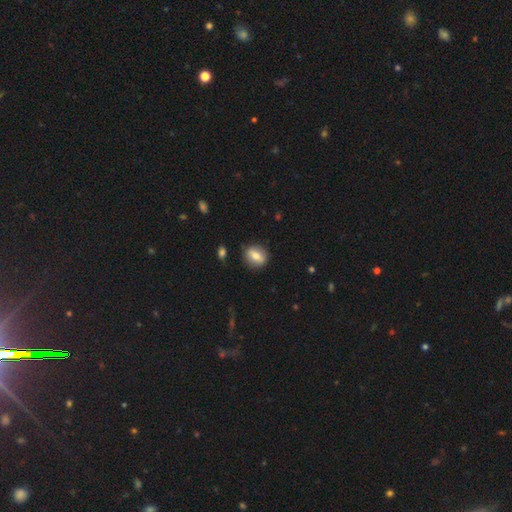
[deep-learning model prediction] A smooth galaxy with no disk features (68%) that is round (57%).

Vote fractions:
- Smooth or featured? smooth: 68% / featured or disk: 24% / star or artifact: 8%
- How rounded? round: 57% / in between: 40% / cigar-shaped: 3%
- Merging? none: 85% / minor disturbance: 11% / major disturbance: 3% / merger: 1%